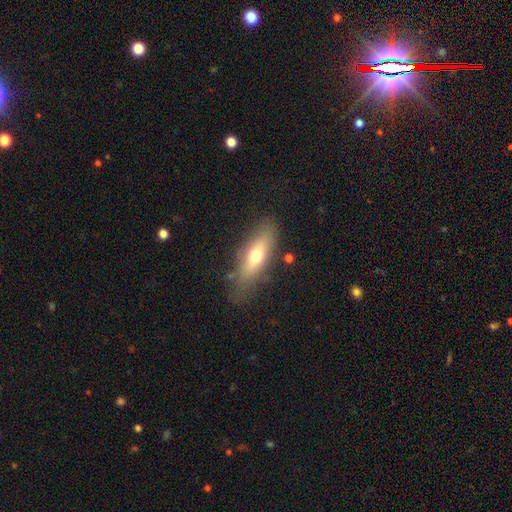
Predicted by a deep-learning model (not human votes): Morphology: type=smooth (60%); roundness=in between (56%); merging=none (76%).